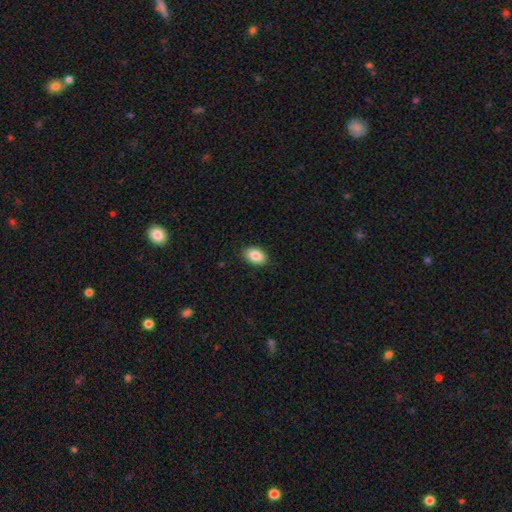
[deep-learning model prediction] A smooth galaxy with no disk features (87%) that is in between round and cigar-shaped (89%).

Vote fractions:
- Smooth or featured? smooth: 87% / star or artifact: 7% / featured or disk: 6%
- How rounded? in between: 89% / round: 9% / cigar-shaped: 1%
- Merging? none: 89% / minor disturbance: 9% / major disturbance: 2% / merger: 1%